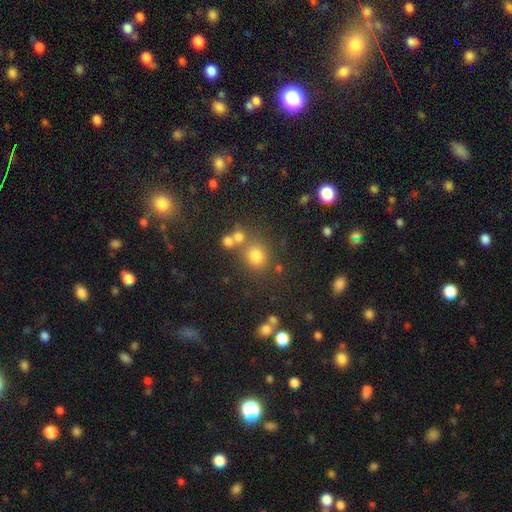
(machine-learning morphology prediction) The model was most divided on "smooth or featured": smooth: 72%, star or artifact: 20%, featured or disk: 8%. More confident: how rounded — round (85%); merging — none (70%).